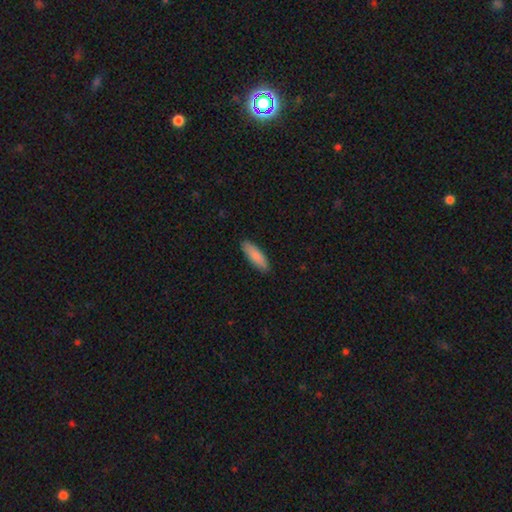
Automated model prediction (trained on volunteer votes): Smooth or featured? Predicted: smooth (p=0.88). How rounded? Predicted: cigar-shaped (p=0.51). Merging? Predicted: none (p=0.88).